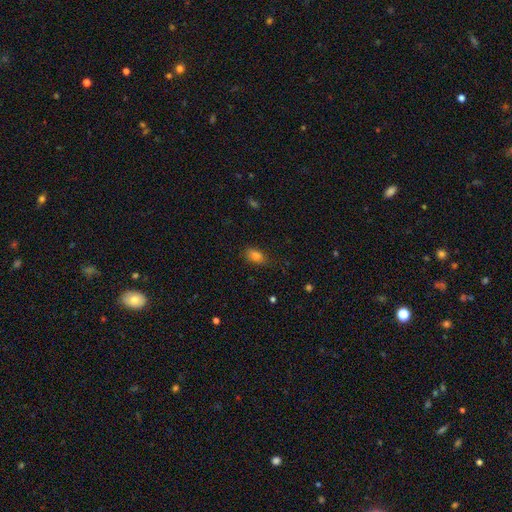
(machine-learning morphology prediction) This appears to be a smooth galaxy with no disk features (81%) that is in between round and cigar-shaped (85%). Merging: none (78%).